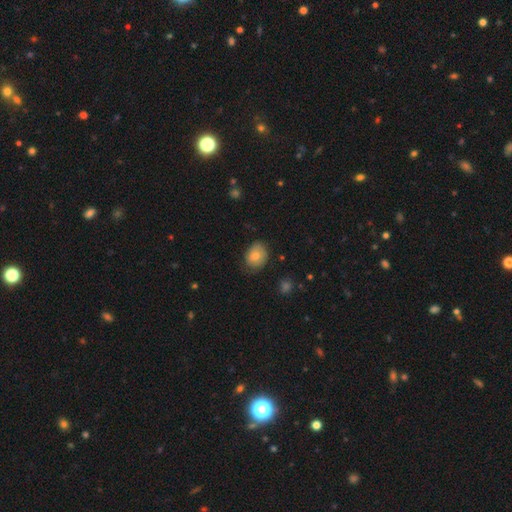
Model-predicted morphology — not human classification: Smooth or featured? smooth (78%)
How rounded? in between (59%)
Merging? none (67%)